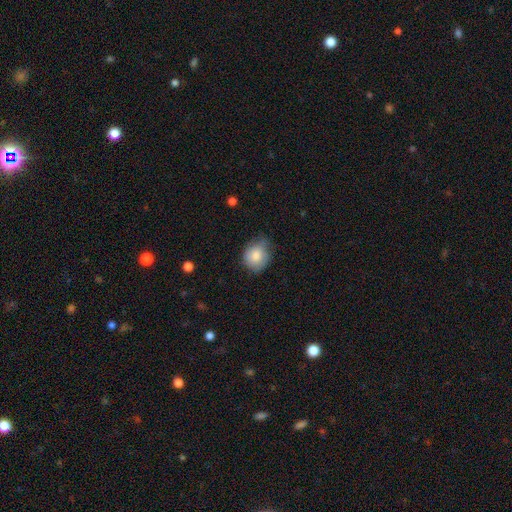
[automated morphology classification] Smooth or featured: smooth — 82% (featured or disk — 10%)
How rounded: round — 70% (in between — 29%)
Merging: none — 57% (minor disturbance — 34%)